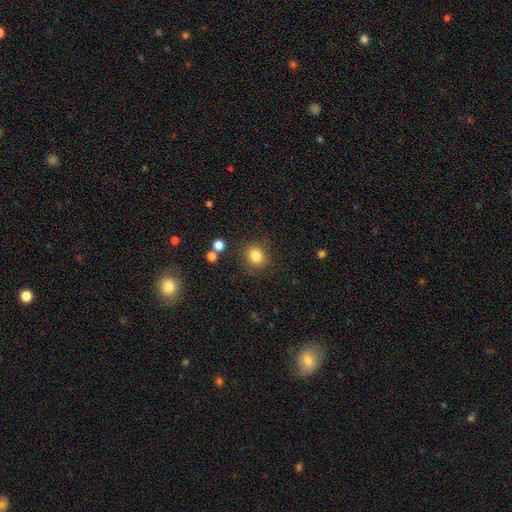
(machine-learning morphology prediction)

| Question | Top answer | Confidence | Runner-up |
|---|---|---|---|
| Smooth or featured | smooth | 83% | star or artifact (11%) |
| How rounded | round | 75% | in between (24%) |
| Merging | none | 83% | minor disturbance (10%) |